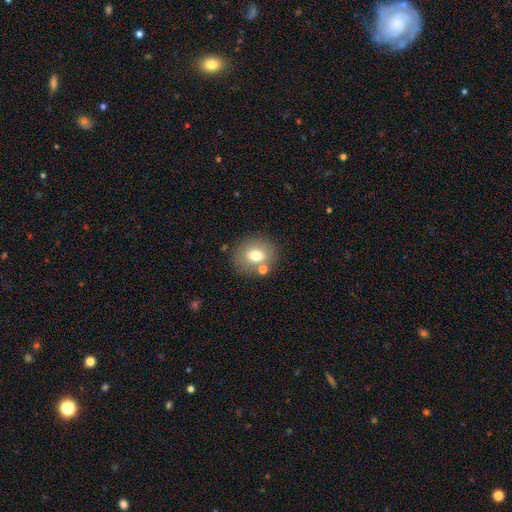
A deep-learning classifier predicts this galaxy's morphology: Smooth or featured?
  - smooth: 69% *
  - featured or disk: 20%
  - star or artifact: 11%
How rounded?
  - round: 65% *
  - in between: 34%
  - cigar-shaped: 1%
Merging?
  - none: 74% *
  - minor disturbance: 12%
  - merger: 10%
  - major disturbance: 4%